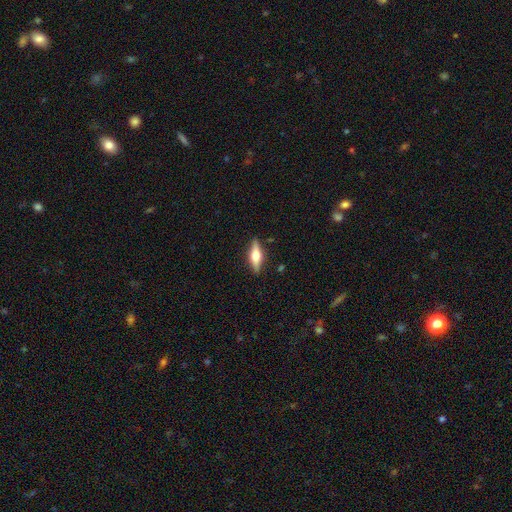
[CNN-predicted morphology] This appears to be a featured or disk galaxy (54%) viewed edge-on (94%) with a rounded central bulge (92%). Merging: none (87%).